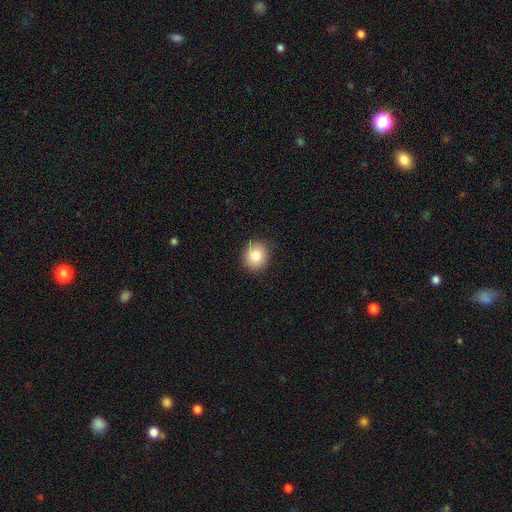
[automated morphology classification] Smooth or featured? smooth (83%)
How rounded? round (76%)
Merging? none (89%)